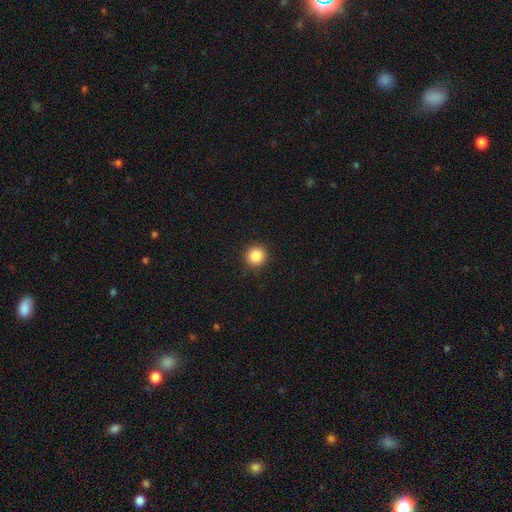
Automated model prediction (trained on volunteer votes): Smooth or featured? Predicted: smooth (p=0.87). How rounded? Predicted: round (p=0.93). Merging? Predicted: none (p=0.91).